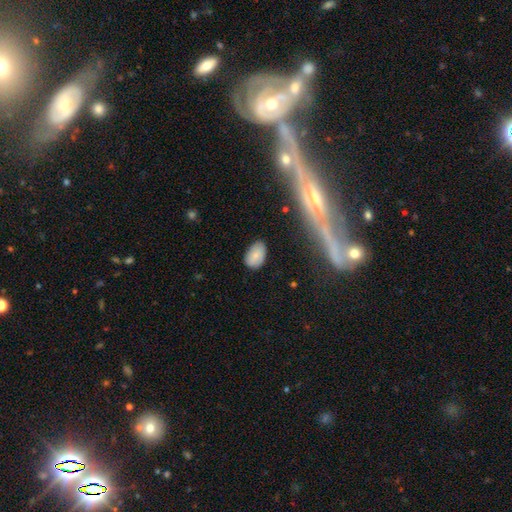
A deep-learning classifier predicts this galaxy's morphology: This is likely a smooth galaxy (78%). How rounded: clearly in between (89%). Merging: likely none (76%).